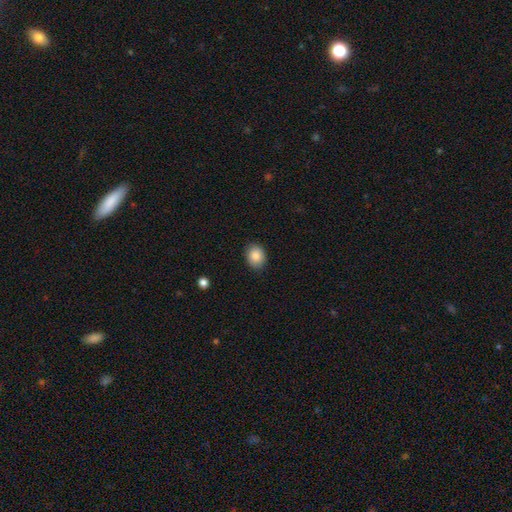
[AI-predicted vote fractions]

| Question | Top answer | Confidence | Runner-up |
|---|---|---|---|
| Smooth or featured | smooth | 86% | star or artifact (8%) |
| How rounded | in between | 56% | round (43%) |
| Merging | none | 87% | minor disturbance (10%) |